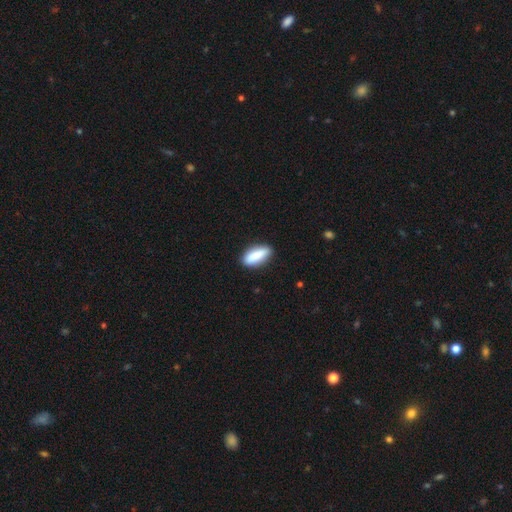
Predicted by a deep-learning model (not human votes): smooth_or_featured: smooth (p=0.86) [alt: featured or disk p=0.08]
how_rounded: in between (p=0.70) [alt: cigar-shaped p=0.28]
merging: none (p=0.86) [alt: minor disturbance p=0.11]